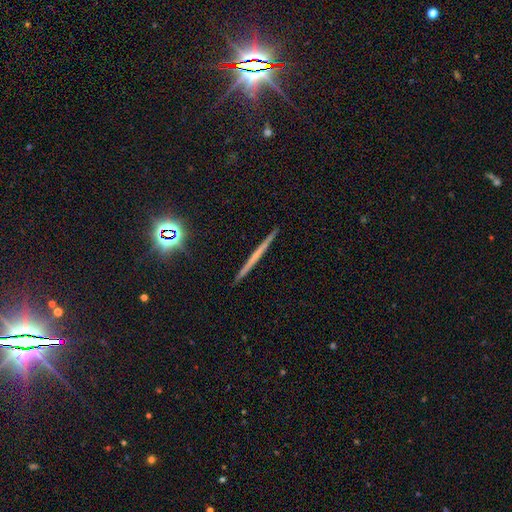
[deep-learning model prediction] A featured or disk galaxy (49%).

Vote fractions:
- Smooth or featured? featured or disk: 49% / smooth: 35% / star or artifact: 16%
- Merging? none: 92% / minor disturbance: 5% / major disturbance: 1% / merger: 1%